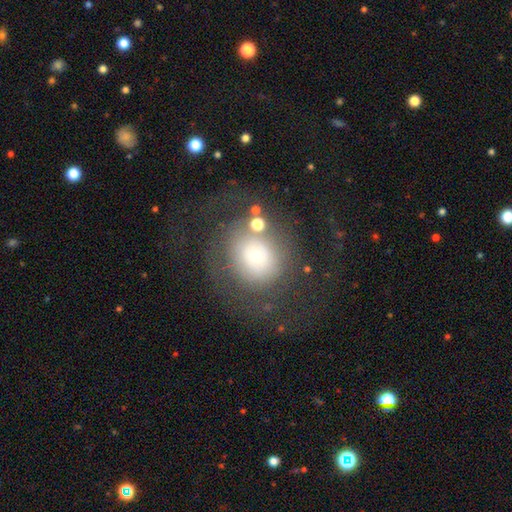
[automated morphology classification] This appears to be a smooth galaxy with no disk features (49%). Merging: none (57%).